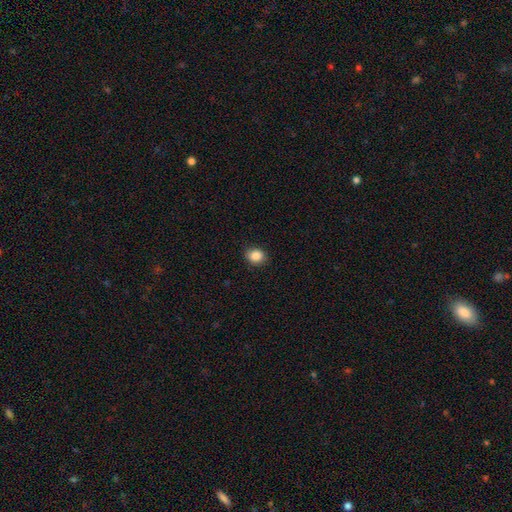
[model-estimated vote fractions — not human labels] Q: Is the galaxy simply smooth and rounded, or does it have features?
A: smooth — 87%.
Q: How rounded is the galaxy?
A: round — 57%.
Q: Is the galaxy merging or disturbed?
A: none — 88%.